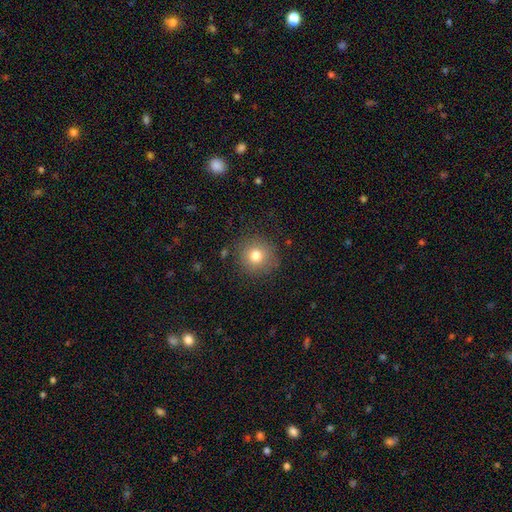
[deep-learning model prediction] The model was most divided on "smooth or featured": smooth: 78%, star or artifact: 12%, featured or disk: 10%. More confident: how rounded — round (93%); merging — none (87%).